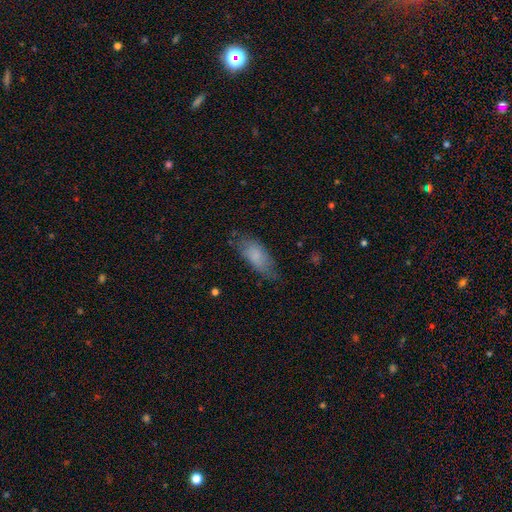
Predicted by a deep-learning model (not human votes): This is likely a smooth galaxy (78%). How rounded: likely in between (78%). Merging: likely none (64%).